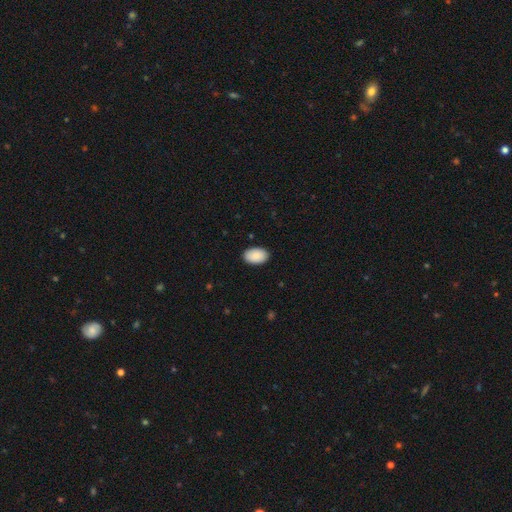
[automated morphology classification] Q: Smooth or featured?
A: smooth (91%); runner-up: star or artifact (6%)
Q: How rounded?
A: in between (93%); runner-up: round (6%)
Q: Merging?
A: none (89%); runner-up: minor disturbance (8%)